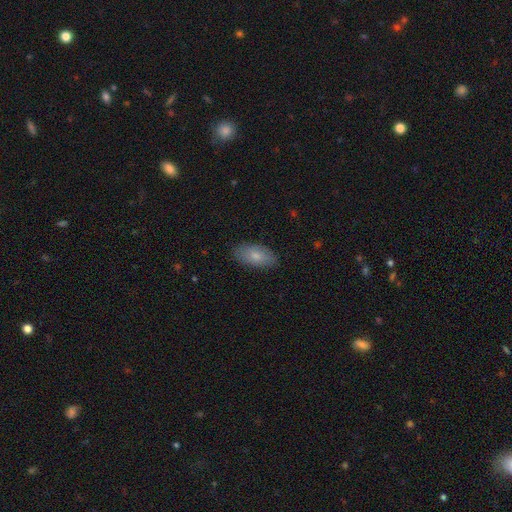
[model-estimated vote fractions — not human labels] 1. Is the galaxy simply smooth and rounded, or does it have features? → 78% smooth, 16% featured or disk, 6% star or artifact.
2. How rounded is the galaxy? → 92% in between, 5% cigar-shaped, 3% round.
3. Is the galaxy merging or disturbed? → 85% none, 11% minor disturbance, 2% major disturbance, 1% merger.